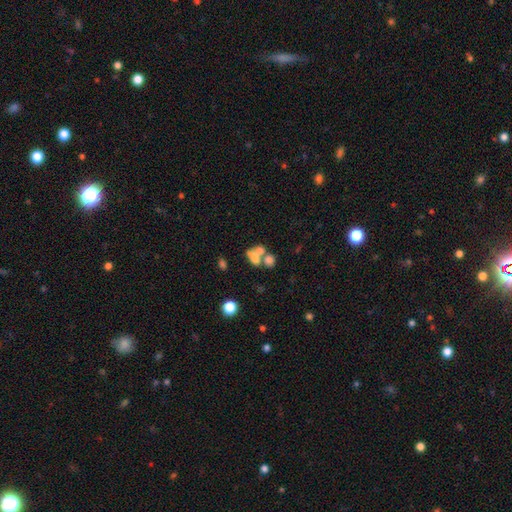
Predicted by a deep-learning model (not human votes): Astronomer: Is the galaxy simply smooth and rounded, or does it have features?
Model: smooth — 60%.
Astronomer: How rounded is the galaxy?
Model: in between — 64%.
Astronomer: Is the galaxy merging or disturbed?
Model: merger — 62%.